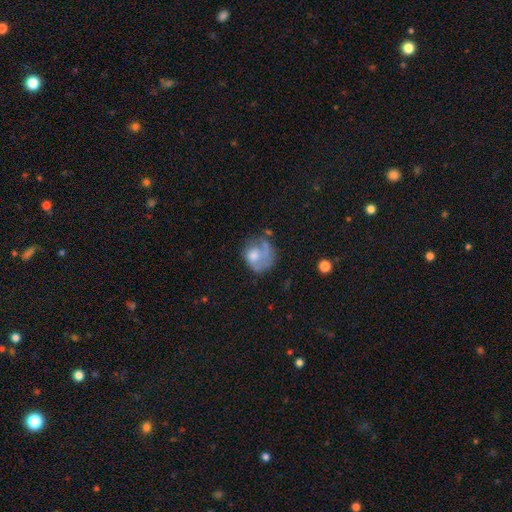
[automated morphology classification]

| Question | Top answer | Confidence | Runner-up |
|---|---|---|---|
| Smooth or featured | smooth | 50% | featured or disk (41%) |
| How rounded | round | 64% | in between (35%) |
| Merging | major disturbance | 37% | none (33%) |